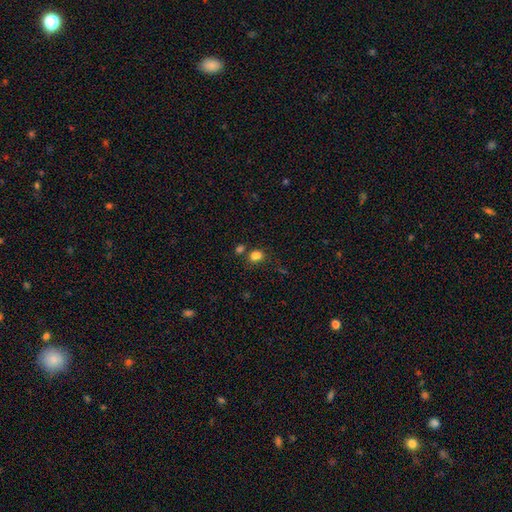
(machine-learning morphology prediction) Smooth or featured? Predicted: smooth (p=0.81). How rounded? Predicted: round (p=0.52). Merging? Predicted: none (p=0.65).